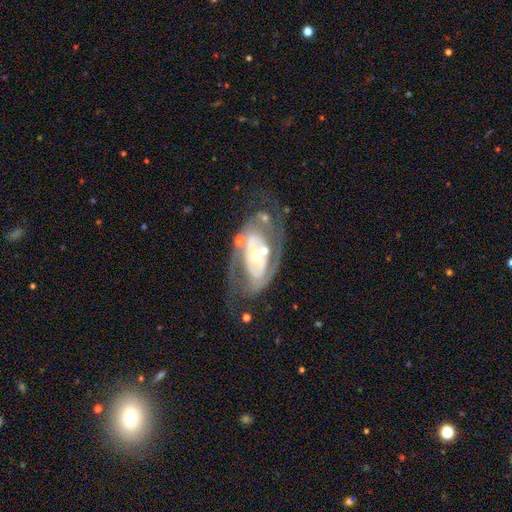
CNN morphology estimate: The model was most divided on "bulge size": moderate: 47%, small: 46%, large: 4%, none: 1%, dominant: 1%. Remaining: edge-on disk — no (95%); smooth or featured — featured or disk (85%); spiral arms — yes (79%); spiral arm count — 2 (71%); merging — none (56%); bar — no (54%); spiral winding — tight (45%).